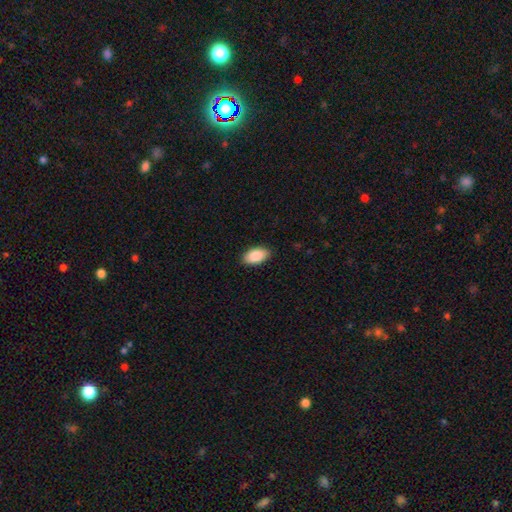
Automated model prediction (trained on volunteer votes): The model was most divided on "merging": none: 89%, minor disturbance: 8%, major disturbance: 2%, merger: 1%. More confident: how rounded — in between (95%); smooth or featured — smooth (89%).